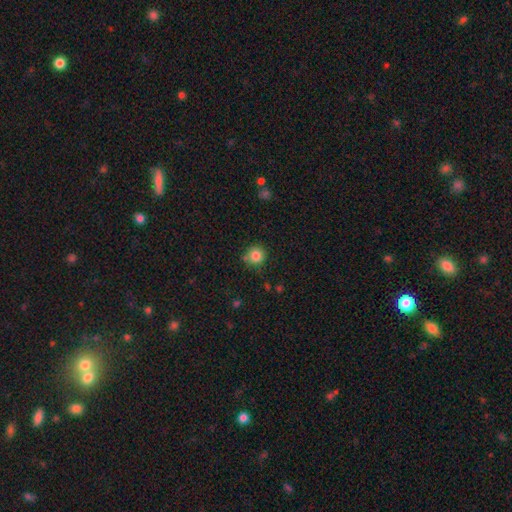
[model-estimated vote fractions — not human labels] Smooth or featured?
  - smooth: 84% *
  - star or artifact: 11%
  - featured or disk: 5%
How rounded?
  - round: 92% *
  - in between: 7%
  - cigar-shaped: 1%
Merging?
  - none: 76% *
  - minor disturbance: 14%
  - merger: 7%
  - major disturbance: 3%